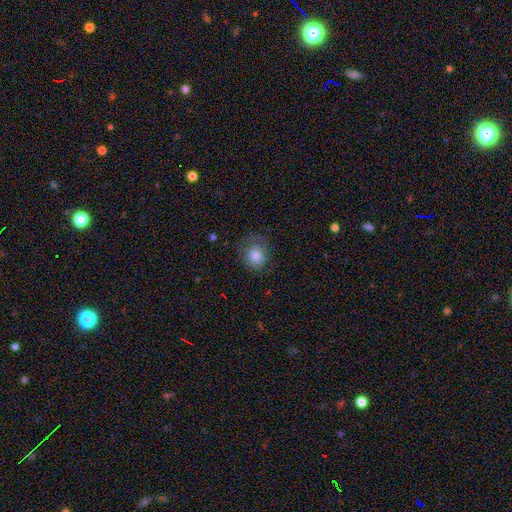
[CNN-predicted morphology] Smooth or featured? smooth (74%)
How rounded? round (69%)
Merging? none (58%)